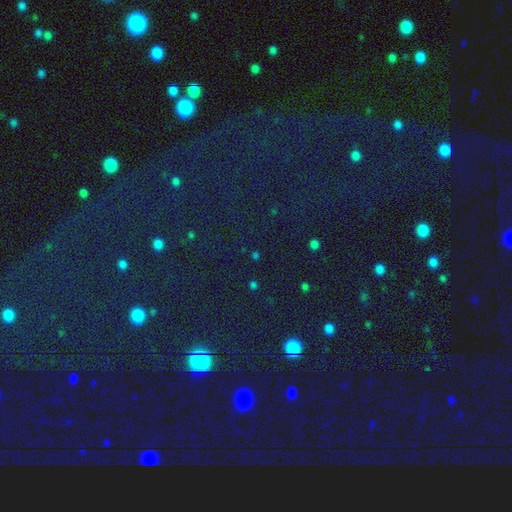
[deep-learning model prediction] smooth-or-featured: star or artifact: 76% | smooth: 16% | featured or disk: 8%